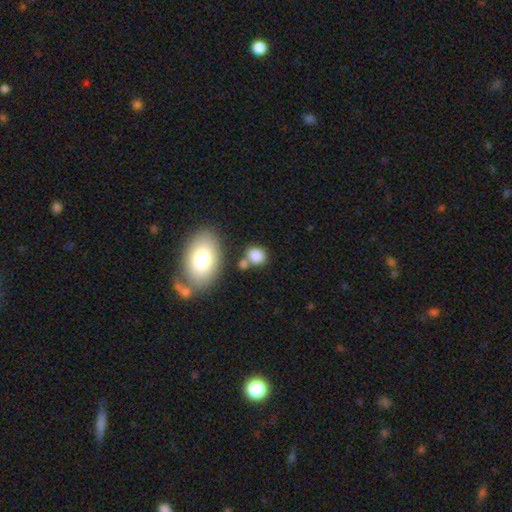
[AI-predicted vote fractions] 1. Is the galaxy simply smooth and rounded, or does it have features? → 84% smooth, 9% star or artifact, 7% featured or disk.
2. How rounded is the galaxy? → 58% round, 40% in between, 2% cigar-shaped.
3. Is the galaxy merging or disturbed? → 59% none, 21% merger, 14% minor disturbance, 5% major disturbance.